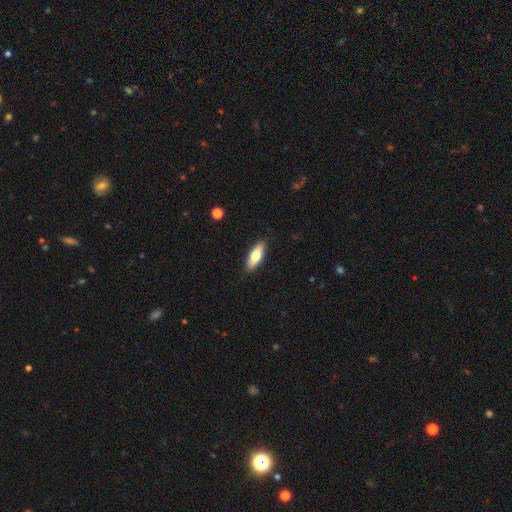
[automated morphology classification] A smooth galaxy with no disk features (70%) that is in between round and cigar-shaped (66%).

Vote fractions:
- Smooth or featured? smooth: 70% / featured or disk: 24% / star or artifact: 6%
- How rounded? in between: 66% / cigar-shaped: 32% / round: 2%
- Merging? none: 88% / minor disturbance: 9% / major disturbance: 2% / merger: 1%